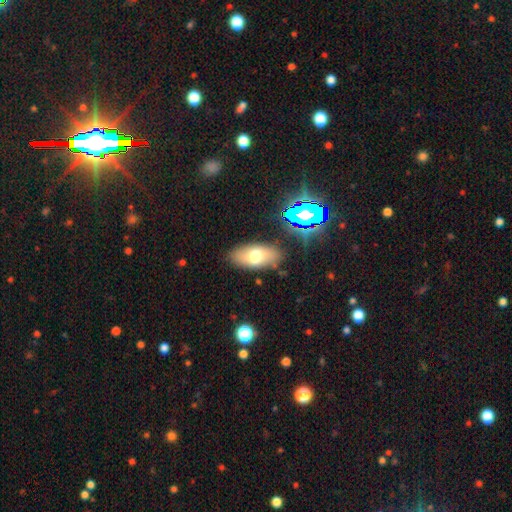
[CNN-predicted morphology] smooth_or_featured: smooth (p=0.66) [alt: featured or disk p=0.24]
how_rounded: in between (p=0.88) [alt: cigar-shaped p=0.08]
merging: none (p=0.81) [alt: minor disturbance p=0.13]